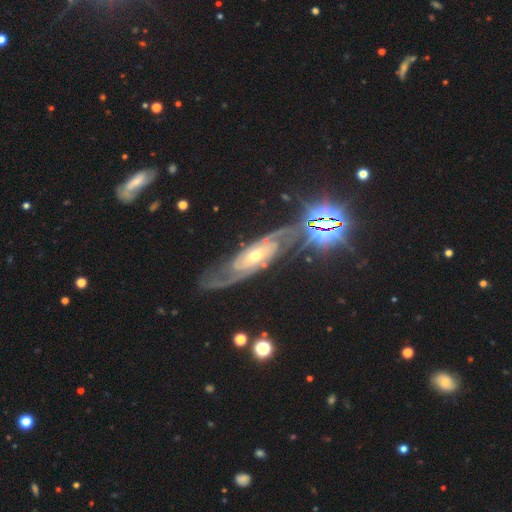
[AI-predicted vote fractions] Smooth or featured?
  - featured or disk: 85% *
  - star or artifact: 10%
  - smooth: 5%
Edge-on disk?
  - no: 90% *
  - yes: 10%
Bar?
  - no: 57% *
  - weak: 30%
  - strong: 13%
Spiral arms?
  - yes: 97% *
  - no: 3%
Spiral winding?
  - tight: 45% *
  - medium: 43%
  - loose: 12%
Spiral arm count?
  - 2: 78% *
  - can't tell: 10%
  - 3: 5%
  - 1: 2%
  - 4: 2%
  - more than 4: 2%
Bulge size?
  - moderate: 51% *
  - small: 44%
  - large: 3%
  - none: 1%
  - dominant: 1%
Merging?
  - none: 75% *
  - minor disturbance: 15%
  - major disturbance: 8%
  - merger: 3%